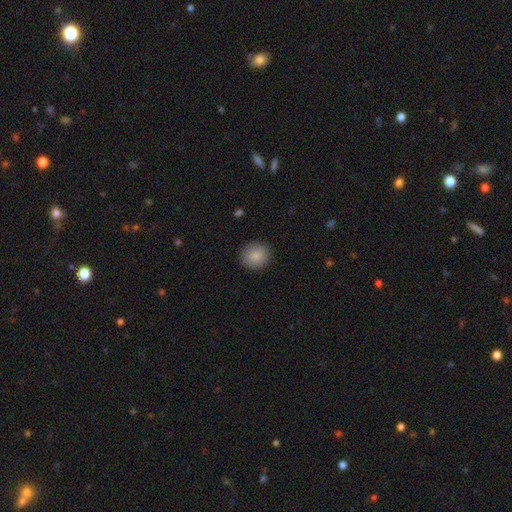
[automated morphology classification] A smooth galaxy with no disk features (87%) that is round (86%).

Vote fractions:
- Smooth or featured? smooth: 87% / star or artifact: 8% / featured or disk: 5%
- How rounded? round: 86% / in between: 13% / cigar-shaped: 1%
- Merging? none: 90% / minor disturbance: 7% / major disturbance: 2% / merger: 1%